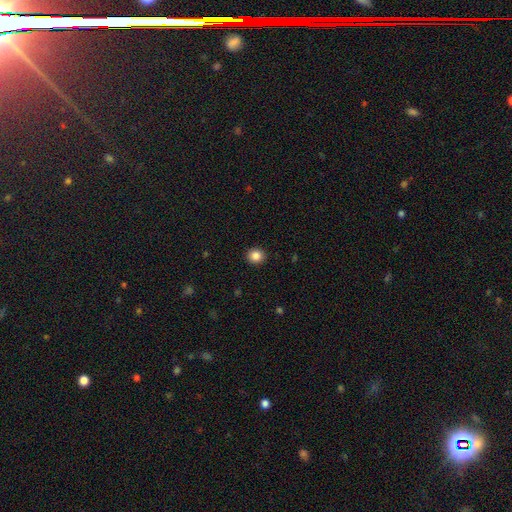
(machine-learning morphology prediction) smooth-or-featured: smooth: 85% | star or artifact: 10% | featured or disk: 4%
  how-rounded: round: 87% | in between: 12% | cigar-shaped: 1%
  merging: none: 93% | minor disturbance: 5% | major disturbance: 2% | merger: 1%